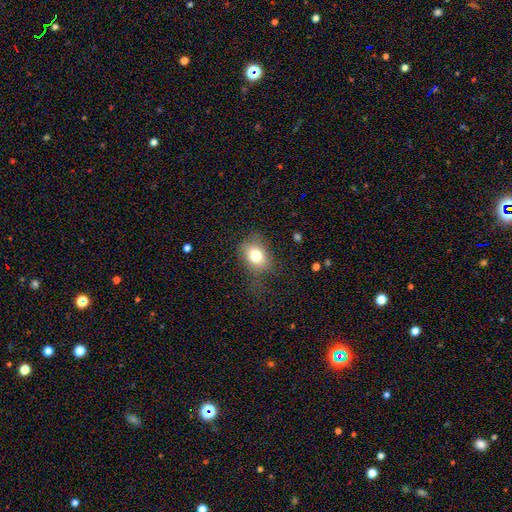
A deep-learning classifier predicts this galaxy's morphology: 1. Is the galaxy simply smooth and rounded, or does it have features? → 76% smooth, 13% featured or disk, 11% star or artifact.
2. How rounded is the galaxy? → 59% in between, 40% round, 1% cigar-shaped.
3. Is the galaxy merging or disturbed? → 57% none, 26% minor disturbance, 15% major disturbance, 2% merger.